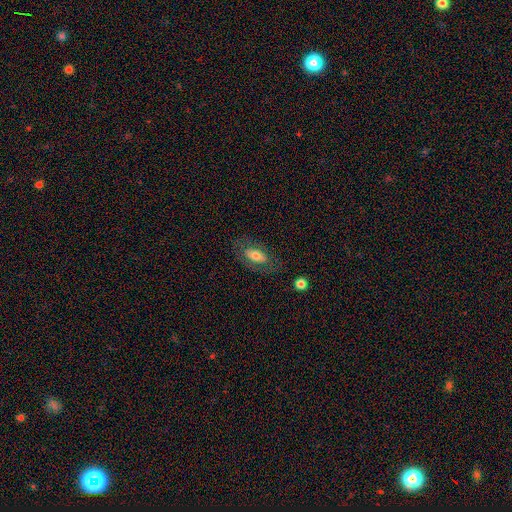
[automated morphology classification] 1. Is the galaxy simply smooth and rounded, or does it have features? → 61% smooth, 32% featured or disk, 7% star or artifact.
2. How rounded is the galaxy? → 87% in between, 8% cigar-shaped, 5% round.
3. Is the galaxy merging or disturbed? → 74% none, 16% minor disturbance, 9% major disturbance, 2% merger.